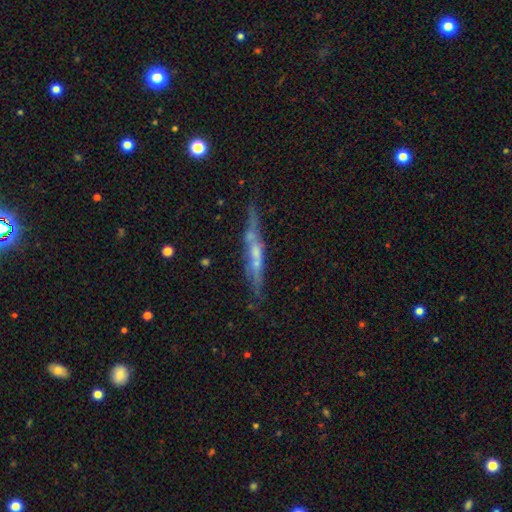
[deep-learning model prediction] A featured or disk galaxy (64%) viewed edge-on (84%) with no central bulge (47%). Merging: none (64%).